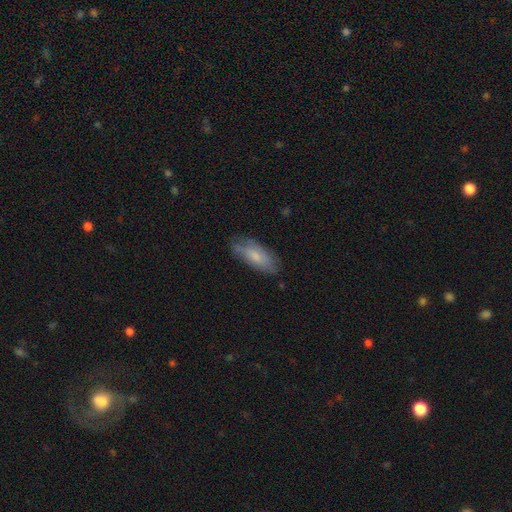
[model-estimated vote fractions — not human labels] A smooth galaxy with no disk features (66%) that is in between round and cigar-shaped (75%). Merging: none (70%).